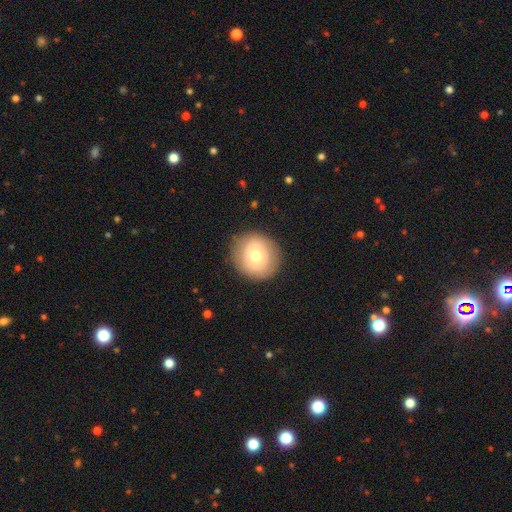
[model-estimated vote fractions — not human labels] smooth_or_featured: smooth (p=0.67) [alt: featured or disk p=0.24]
how_rounded: round (p=0.88) [alt: in between p=0.11]
merging: none (p=0.85) [alt: minor disturbance p=0.10]